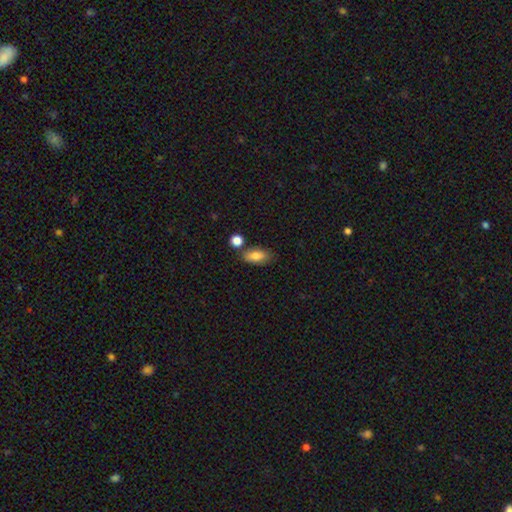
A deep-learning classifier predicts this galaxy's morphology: A smooth galaxy with no disk features (83%) that is in between round and cigar-shaped (85%).

Vote fractions:
- Smooth or featured? smooth: 83% / featured or disk: 9% / star or artifact: 8%
- How rounded? in between: 85% / cigar-shaped: 9% / round: 6%
- Merging? none: 73% / minor disturbance: 13% / merger: 10% / major disturbance: 3%